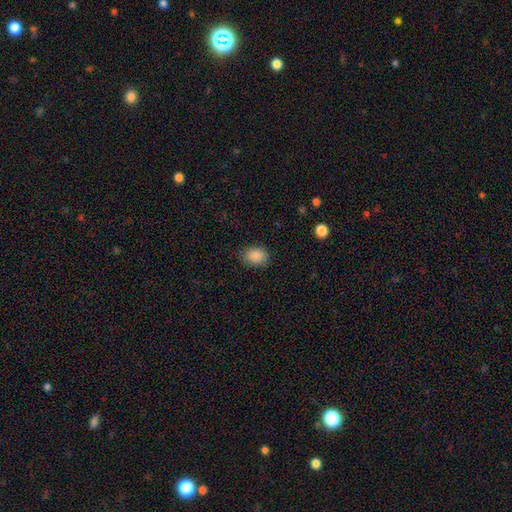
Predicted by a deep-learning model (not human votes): Smooth or featured? Predicted: smooth (p=0.88). How rounded? Predicted: in between (p=0.72). Merging? Predicted: none (p=0.82).